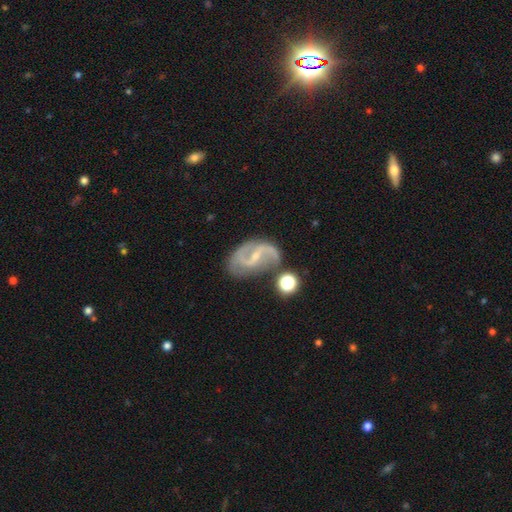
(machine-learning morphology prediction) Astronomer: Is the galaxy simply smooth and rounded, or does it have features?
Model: featured or disk — 86%.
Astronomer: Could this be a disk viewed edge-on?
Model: no — 97%.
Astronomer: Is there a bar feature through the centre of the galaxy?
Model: weak — 47% (runner-up: strong, 31%).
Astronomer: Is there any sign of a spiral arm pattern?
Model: yes — 95%.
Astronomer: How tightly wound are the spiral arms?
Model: medium — 44% (runner-up: loose, 40%).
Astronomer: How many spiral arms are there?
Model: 2 — 88%.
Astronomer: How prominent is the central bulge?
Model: small — 72%.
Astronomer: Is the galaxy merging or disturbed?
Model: none — 62%.